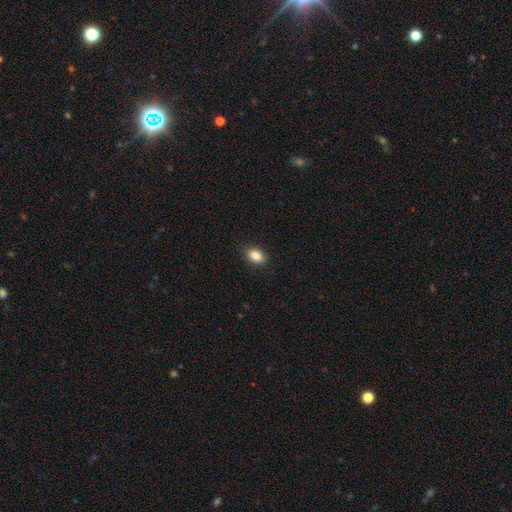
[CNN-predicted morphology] A smooth galaxy with no disk features (86%) that is in between round and cigar-shaped (84%). Merging: none (89%).